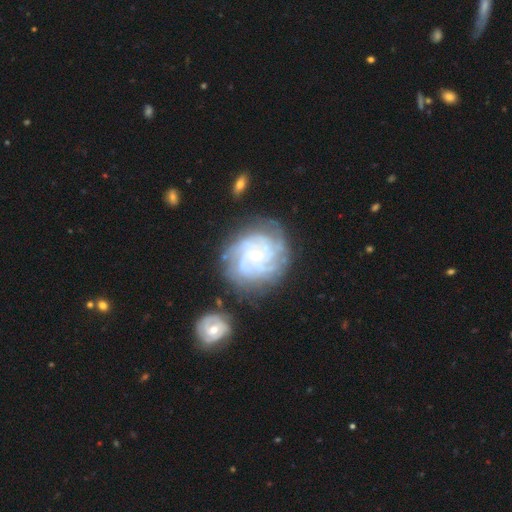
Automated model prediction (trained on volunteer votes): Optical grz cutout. It shows a featured or disk galaxy (86%) with no bar (73%), 4 (30%) tight (70%) spiral arms (96%) and a small central bulge (81%). Merging: none (69%).